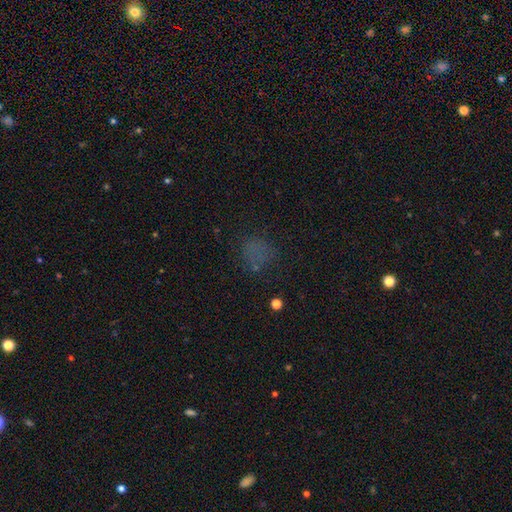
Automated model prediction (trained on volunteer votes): Smooth or featured?
  - smooth: 53% *
  - star or artifact: 33%
  - featured or disk: 13%
How rounded?
  - round: 73% *
  - in between: 25%
  - cigar-shaped: 2%
Merging?
  - none: 68% *
  - minor disturbance: 16%
  - major disturbance: 13%
  - merger: 4%